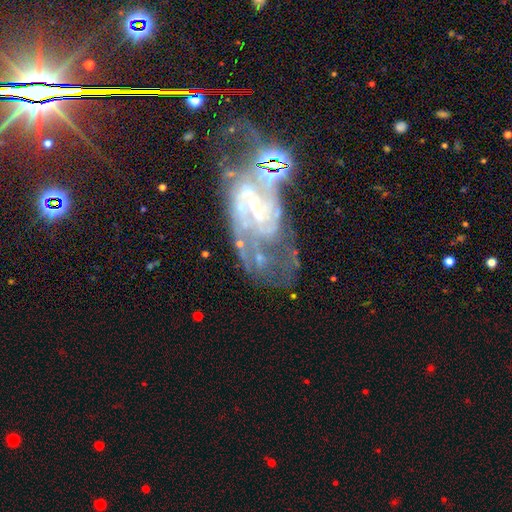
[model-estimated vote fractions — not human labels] Morphology: type=featured or disk (82%); edge-on=no (95%); bar=weak (41%); spiral arms=yes (85%); winding=medium (44%); arm count=2 (50%); bulge=small (64%); merging=none (39%).